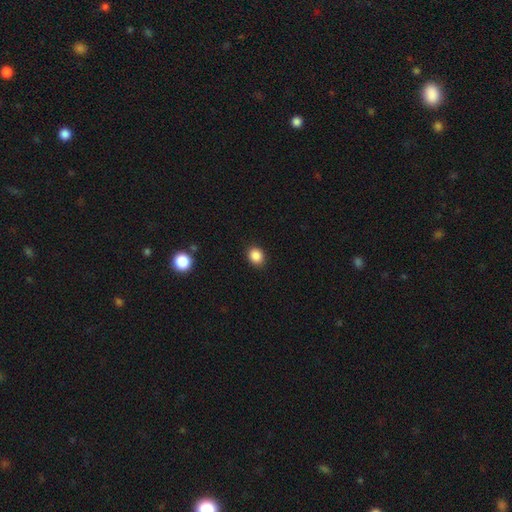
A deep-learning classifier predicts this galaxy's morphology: Smooth or featured: smooth — 87% (star or artifact — 10%)
How rounded: round — 66% (in between — 33%)
Merging: none — 88% (minor disturbance — 8%)